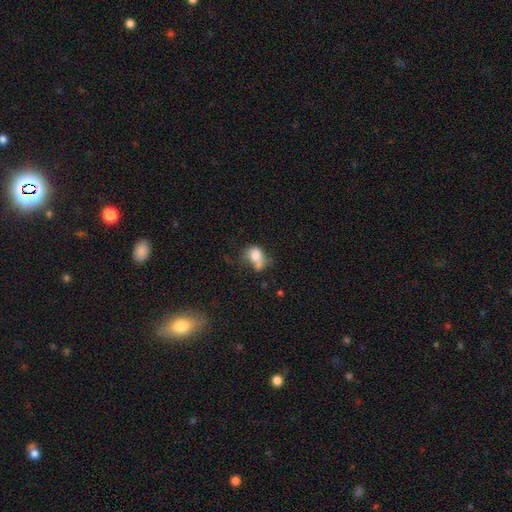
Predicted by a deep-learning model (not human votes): smooth_or_featured: smooth (p=0.70) [alt: featured or disk p=0.19]
how_rounded: in between (p=0.66) [alt: round p=0.32]
merging: merger (p=0.28) [alt: major disturbance p=0.25]